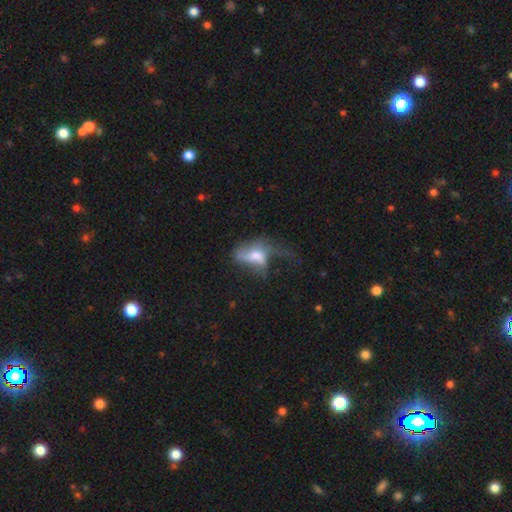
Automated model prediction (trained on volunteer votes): Smooth or featured? Predicted: featured or disk (p=0.47). Merging? Predicted: major disturbance (p=0.53).